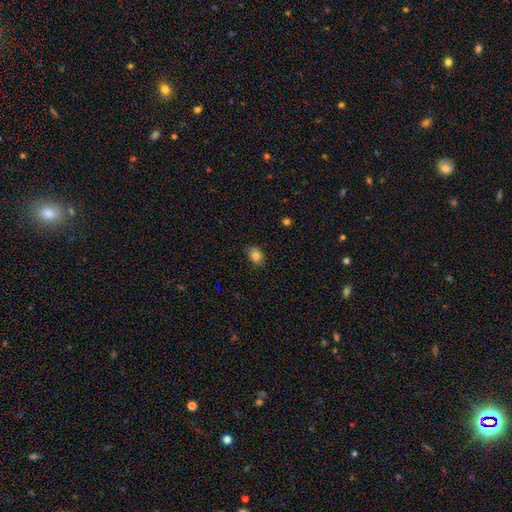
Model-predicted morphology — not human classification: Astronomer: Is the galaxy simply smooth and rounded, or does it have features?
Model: smooth — 83%.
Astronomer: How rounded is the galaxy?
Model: in between — 67%.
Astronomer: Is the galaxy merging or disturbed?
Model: none — 82%.